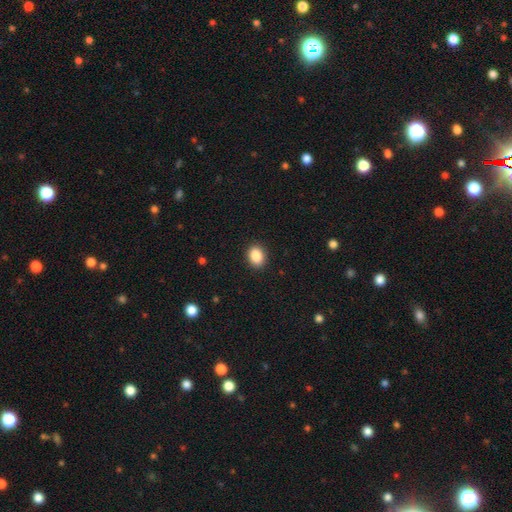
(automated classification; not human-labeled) A smooth galaxy with no disk features (88%) that is in between round and cigar-shaped (63%). Merging: none (90%).